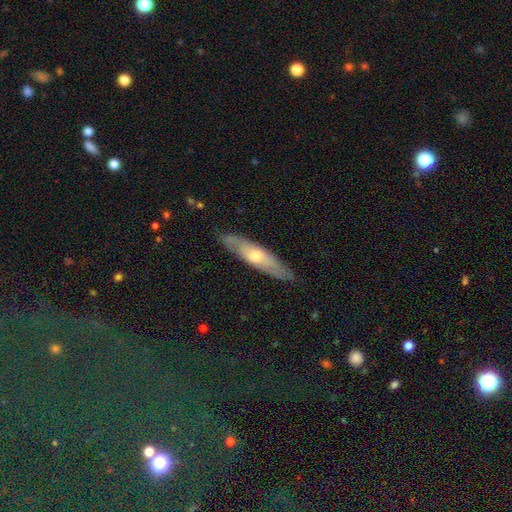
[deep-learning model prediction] This is likely a featured or disk galaxy (61%). It is possibly viewed edge-on (56%). Merging: clearly none (83%).